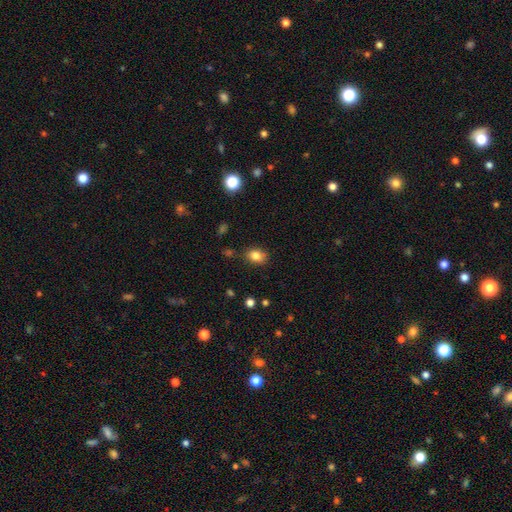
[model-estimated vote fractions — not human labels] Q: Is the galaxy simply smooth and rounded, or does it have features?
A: smooth — 83%.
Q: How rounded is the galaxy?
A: in between — 65%.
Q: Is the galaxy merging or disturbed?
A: none — 79%.